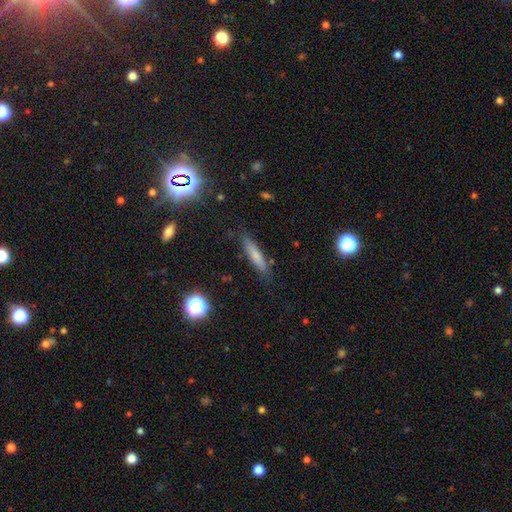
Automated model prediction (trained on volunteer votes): A smooth galaxy with no disk features (67%) that is cigar-shaped (84%).

Vote fractions:
- Smooth or featured? smooth: 67% / featured or disk: 23% / star or artifact: 10%
- How rounded? cigar-shaped: 84% / in between: 14% / round: 2%
- Merging? none: 84% / minor disturbance: 12% / major disturbance: 3% / merger: 2%